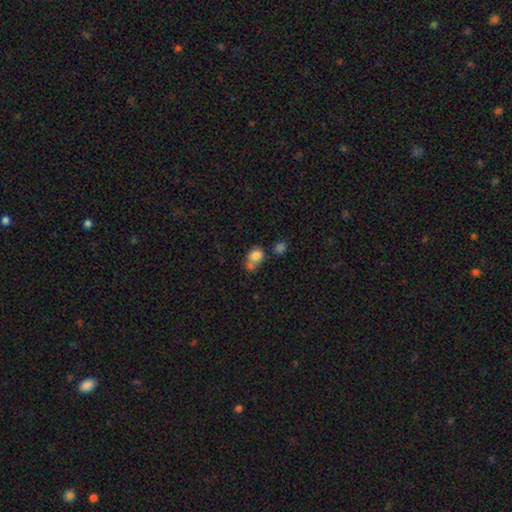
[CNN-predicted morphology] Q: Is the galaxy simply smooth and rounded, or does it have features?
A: smooth — 79%.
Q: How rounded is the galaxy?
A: in between — 54%.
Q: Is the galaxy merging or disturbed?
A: merger — 43%.